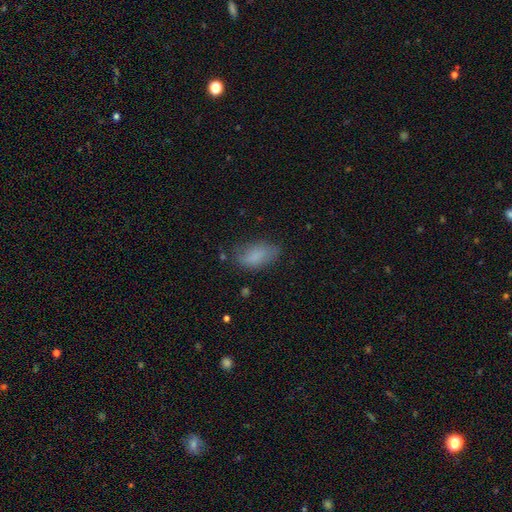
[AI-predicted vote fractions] A smooth galaxy with no disk features (81%) that is in between round and cigar-shaped (90%).

Vote fractions:
- Smooth or featured? smooth: 81% / featured or disk: 11% / star or artifact: 8%
- How rounded? in between: 90% / cigar-shaped: 7% / round: 3%
- Merging? none: 68% / minor disturbance: 23% / major disturbance: 7% / merger: 2%